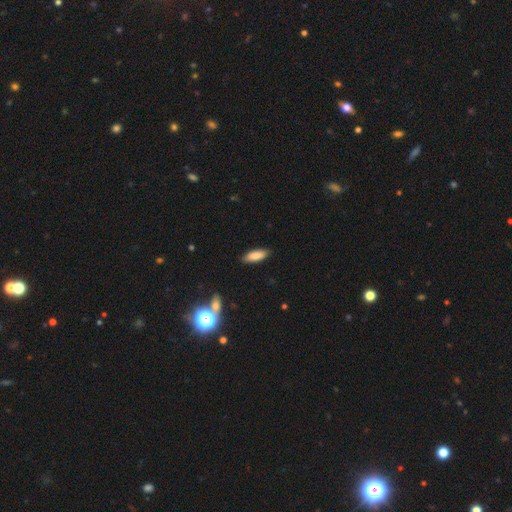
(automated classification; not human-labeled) Q: Smooth or featured?
A: smooth (84%); runner-up: featured or disk (10%)
Q: How rounded?
A: in between (65%); runner-up: cigar-shaped (34%)
Q: Merging?
A: none (86%); runner-up: minor disturbance (10%)